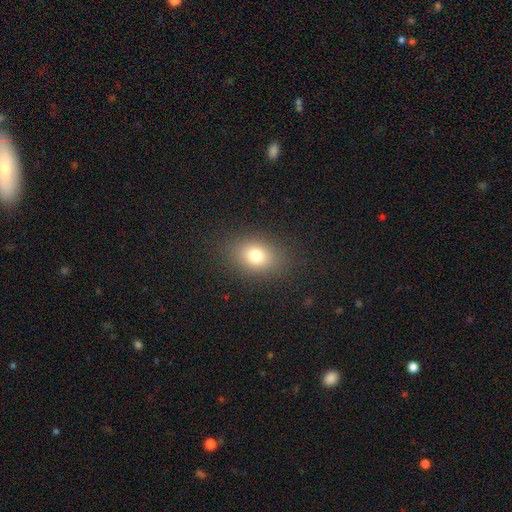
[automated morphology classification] A smooth galaxy with no disk features (77%) that is in between round and cigar-shaped (69%).

Vote fractions:
- Smooth or featured? smooth: 77% / star or artifact: 12% / featured or disk: 10%
- How rounded? in between: 69% / round: 30% / cigar-shaped: 1%
- Merging? none: 86% / minor disturbance: 9% / major disturbance: 4% / merger: 1%